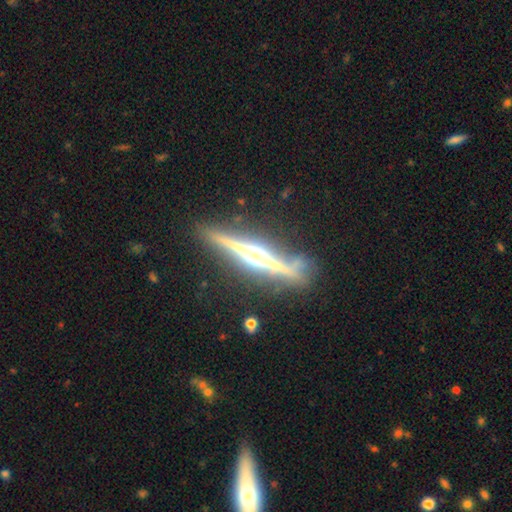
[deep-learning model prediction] Overall: featured or disk (87%). Edge-on disk: yes (98%). Edge-on bulge: rounded (90%). Merging: none (82%).